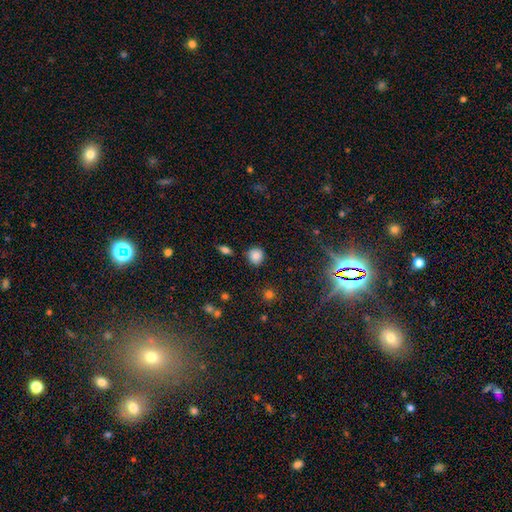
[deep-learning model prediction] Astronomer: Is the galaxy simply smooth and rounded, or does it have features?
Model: smooth — 83%.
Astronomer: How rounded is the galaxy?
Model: round — 85%.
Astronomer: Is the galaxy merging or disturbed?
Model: none — 80%.